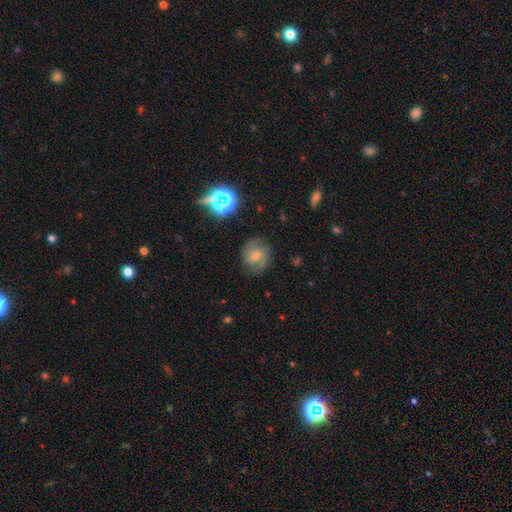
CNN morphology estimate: Smooth or featured? smooth (43%)
Merging? none (76%)